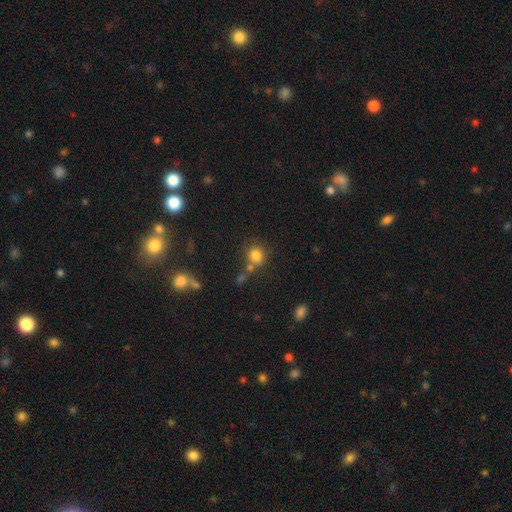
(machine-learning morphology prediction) Smooth or featured? smooth (80%)
How rounded? round (83%)
Merging? none (61%)